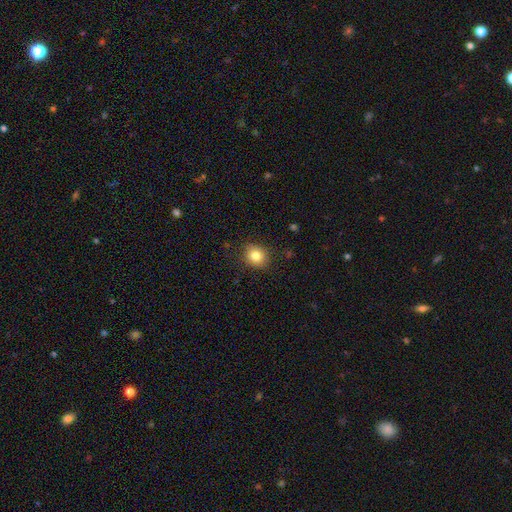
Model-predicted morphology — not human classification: Q: Smooth or featured?
A: smooth (84%); runner-up: star or artifact (10%)
Q: How rounded?
A: round (77%); runner-up: in between (23%)
Q: Merging?
A: none (87%); runner-up: minor disturbance (9%)